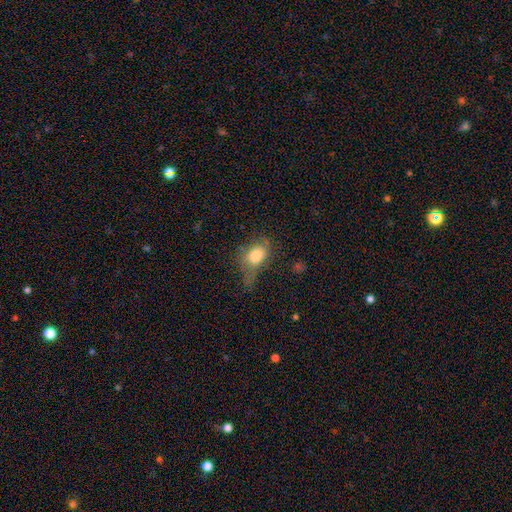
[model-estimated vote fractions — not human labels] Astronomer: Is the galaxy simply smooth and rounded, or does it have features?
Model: smooth — 76%.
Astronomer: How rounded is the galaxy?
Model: in between — 72%.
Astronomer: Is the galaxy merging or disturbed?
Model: none — 34% (runner-up: minor disturbance, 31%).